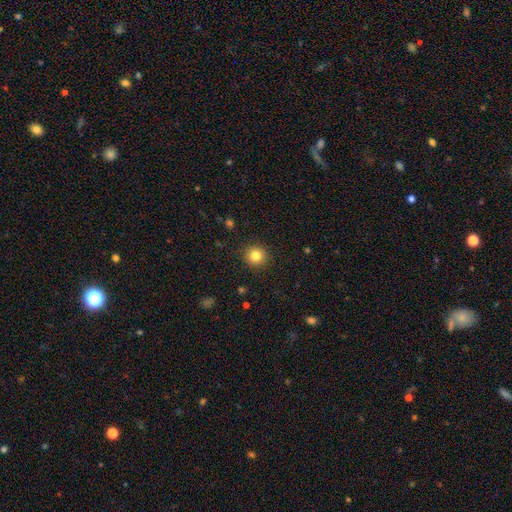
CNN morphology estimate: Smooth or featured: smooth — 82% (star or artifact — 11%)
How rounded: round — 93% (in between — 6%)
Merging: none — 91% (minor disturbance — 6%)